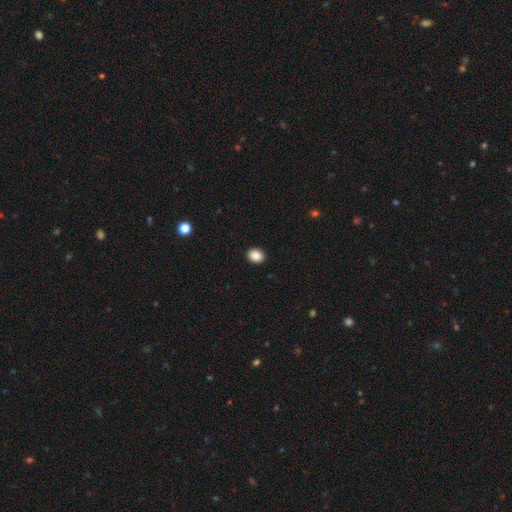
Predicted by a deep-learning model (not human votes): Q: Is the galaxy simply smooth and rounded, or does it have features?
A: smooth — 89%.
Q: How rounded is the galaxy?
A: round — 57%.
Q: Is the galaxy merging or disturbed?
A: none — 92%.